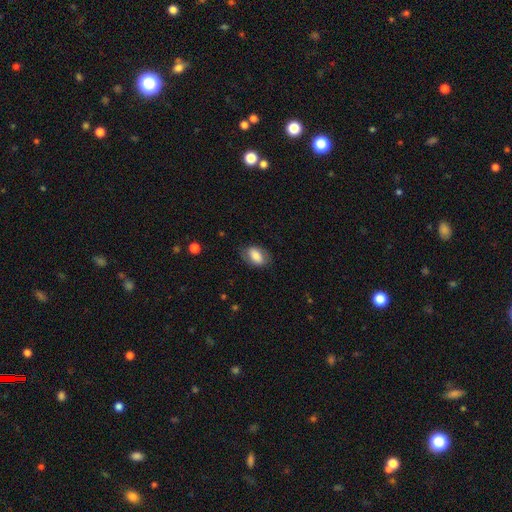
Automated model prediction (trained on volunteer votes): Smooth or featured? Predicted: smooth (p=0.74). How rounded? Predicted: in between (p=0.90). Merging? Predicted: none (p=0.74).